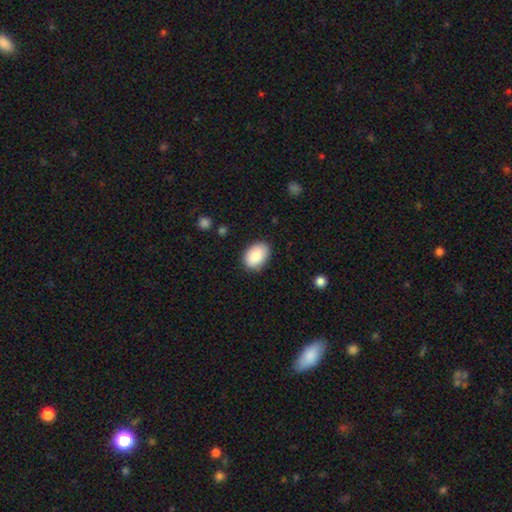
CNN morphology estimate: Overall: smooth (87%). How rounded: in between (87%). Merging: none (85%).